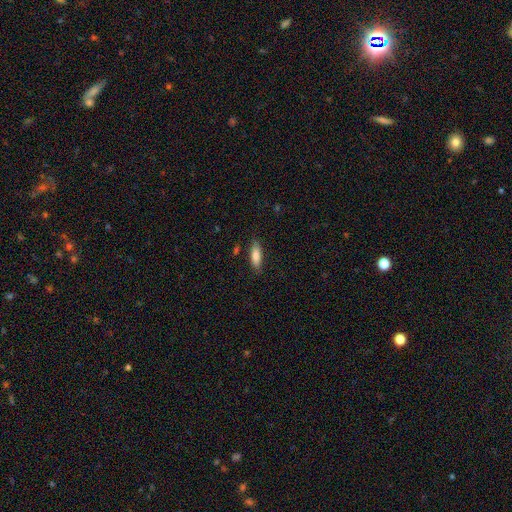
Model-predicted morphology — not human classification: A smooth galaxy with no disk features (81%) that is in between round and cigar-shaped (56%).

Vote fractions:
- Smooth or featured? smooth: 81% / featured or disk: 13% / star or artifact: 6%
- How rounded? in between: 56% / cigar-shaped: 42% / round: 2%
- Merging? none: 82% / minor disturbance: 14% / major disturbance: 3% / merger: 2%